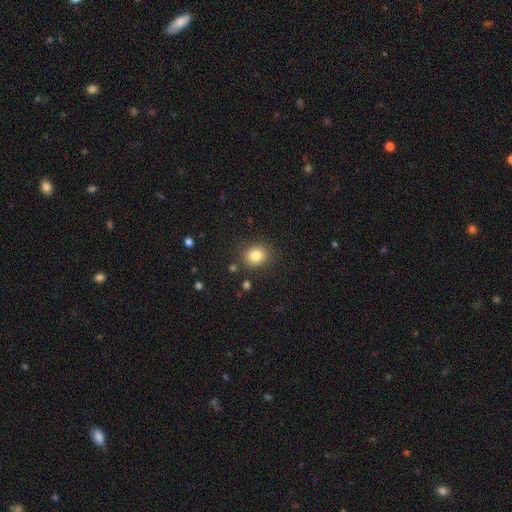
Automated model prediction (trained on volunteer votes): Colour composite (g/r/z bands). It shows a smooth galaxy with no disk features (83%) that is round (69%). Merging: none (86%).